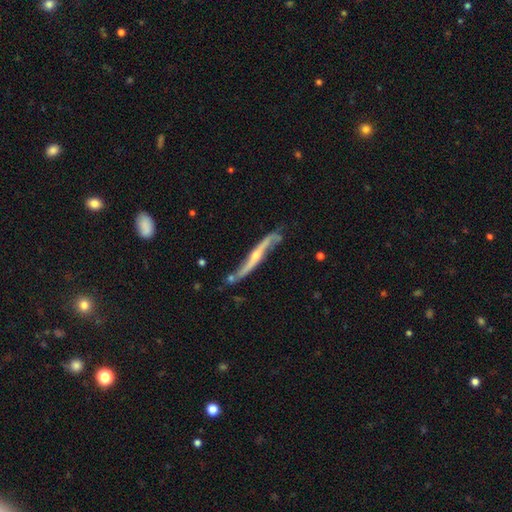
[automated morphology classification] This is clearly a featured or disk galaxy (83%). It is likely viewed edge-on (73%). Edge-on bulge: likely rounded (75%). Merging: possibly none (57%).